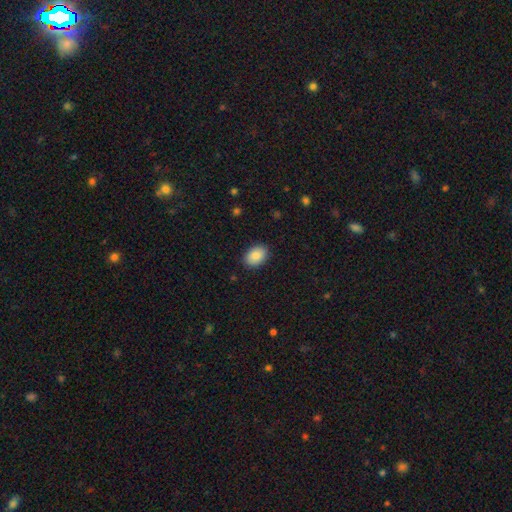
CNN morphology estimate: Smooth or featured? Predicted: smooth (p=0.87). How rounded? Predicted: in between (p=0.82). Merging? Predicted: none (p=0.88).